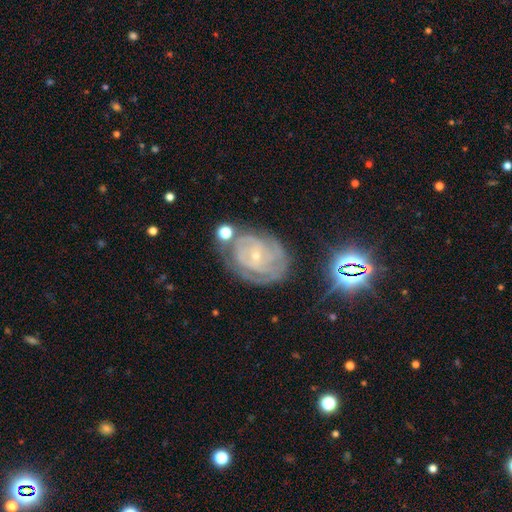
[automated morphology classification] smooth_or_featured: featured or disk (p=0.82) [alt: smooth p=0.09]
disk_edge_on: no (p=0.97) [alt: yes p=0.03]
bar: no (p=0.69) [alt: weak p=0.24]
has_spiral_arms: yes (p=0.92) [alt: no p=0.08]
spiral_winding: tight (p=0.75) [alt: medium p=0.20]
spiral_arm_count: can't tell (p=0.41) [alt: 2 p=0.20]
bulge_size: small (p=0.84) [alt: moderate p=0.12]
merging: none (p=0.60) [alt: minor disturbance p=0.23]